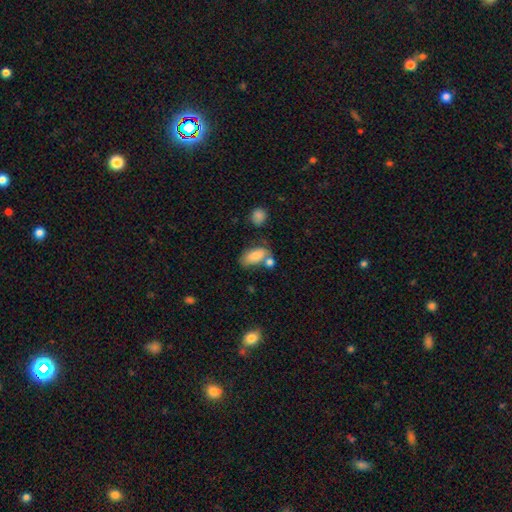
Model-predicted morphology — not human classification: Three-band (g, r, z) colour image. It shows a smooth galaxy with no disk features (80%) that is in between round and cigar-shaped (91%). Merging: none (49%).